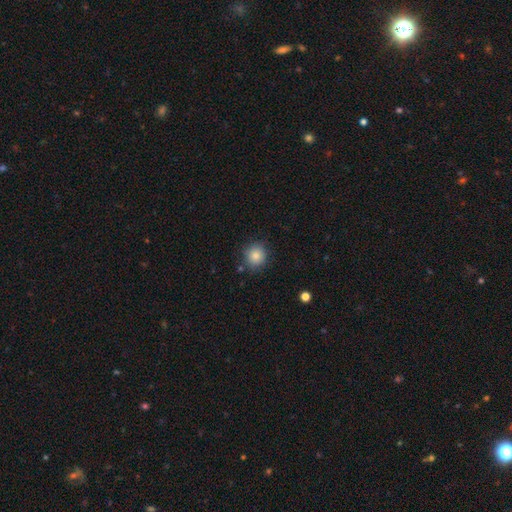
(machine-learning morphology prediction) Q: Smooth or featured?
A: smooth (84%); runner-up: star or artifact (10%)
Q: How rounded?
A: round (88%); runner-up: in between (11%)
Q: Merging?
A: none (85%); runner-up: minor disturbance (10%)